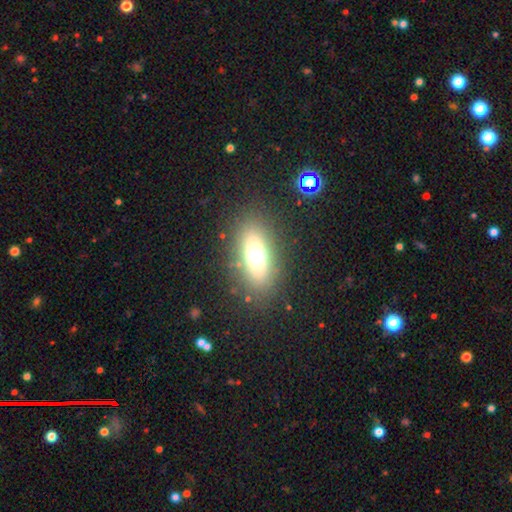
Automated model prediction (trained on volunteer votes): This appears to be a smooth galaxy with no disk features (61%) that is in between round and cigar-shaped (75%). Merging: none (84%).